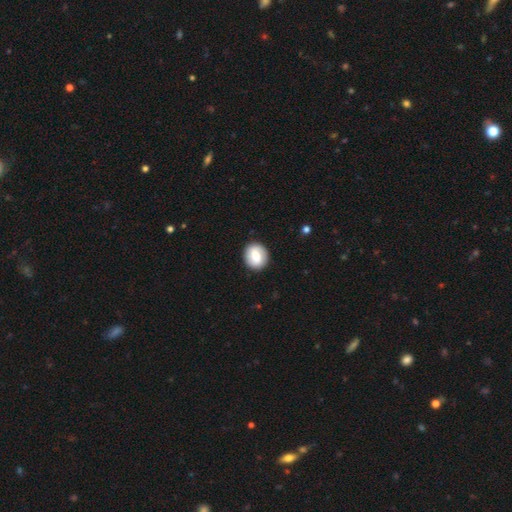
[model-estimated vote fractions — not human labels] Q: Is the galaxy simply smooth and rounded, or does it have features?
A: smooth — 55%.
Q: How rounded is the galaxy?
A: round — 82%.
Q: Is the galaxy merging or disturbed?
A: none — 89%.